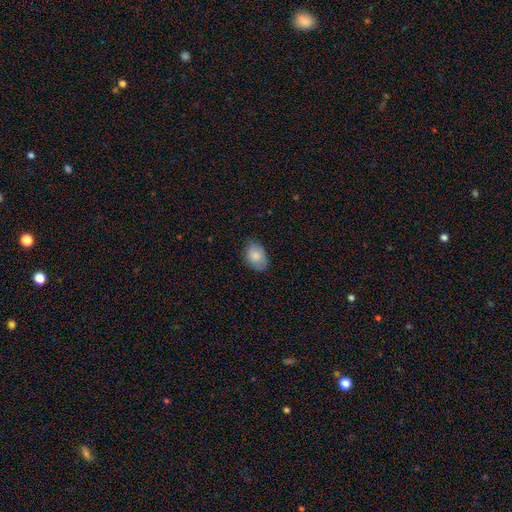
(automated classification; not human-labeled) This is clearly a smooth galaxy (84%). How rounded: clearly in between (80%). Merging: likely none (76%).